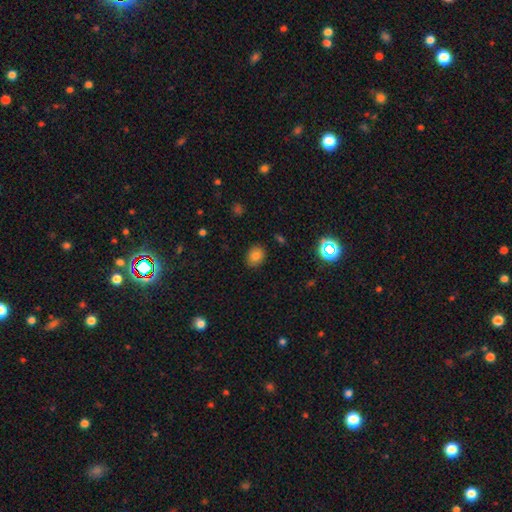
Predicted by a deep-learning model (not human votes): A smooth galaxy with no disk features (78%) that is round (52%).

Vote fractions:
- Smooth or featured? smooth: 78% / star or artifact: 13% / featured or disk: 9%
- How rounded? round: 52% / in between: 47% / cigar-shaped: 1%
- Merging? none: 87% / minor disturbance: 10% / major disturbance: 2% / merger: 1%